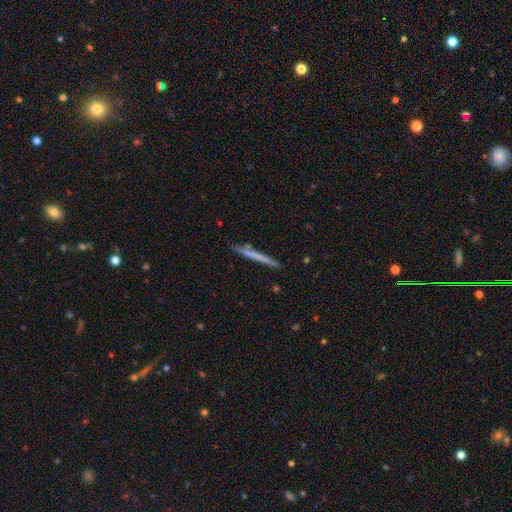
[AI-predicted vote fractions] Smooth or featured: smooth — 56% (featured or disk — 38%)
How rounded: cigar-shaped — 97% (in between — 2%)
Merging: none — 87% (minor disturbance — 9%)